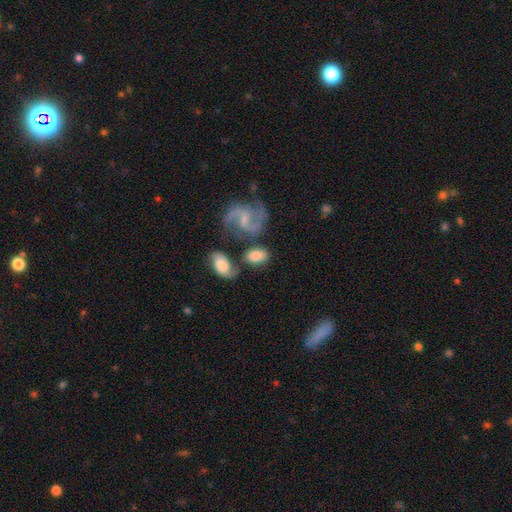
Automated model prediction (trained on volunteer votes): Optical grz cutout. It shows a smooth galaxy with no disk features (65%) that is in between round and cigar-shaped (86%). Merging: none (51%).